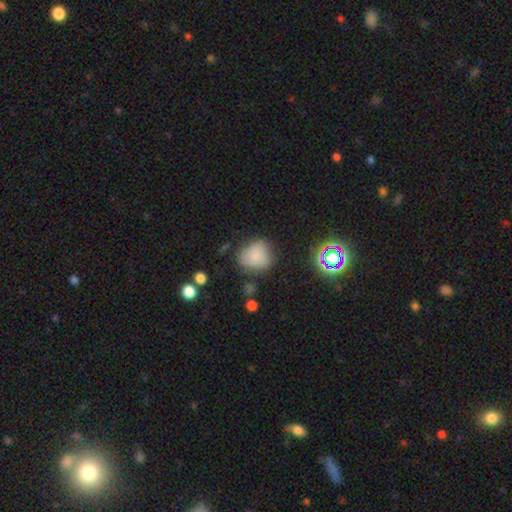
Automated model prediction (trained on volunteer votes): This appears to be a smooth galaxy with no disk features (73%) that is round (62%). Merging: none (57%).